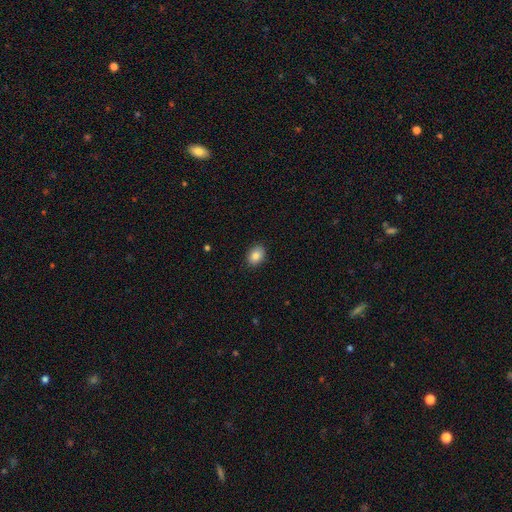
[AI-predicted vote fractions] This appears to be a smooth galaxy with no disk features (85%) that is in between round and cigar-shaped (73%). Merging: none (88%).